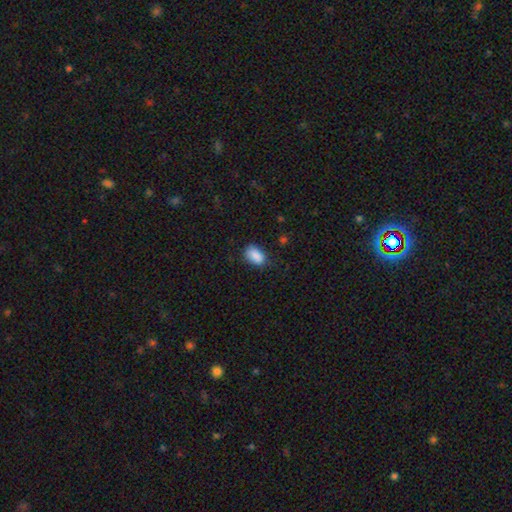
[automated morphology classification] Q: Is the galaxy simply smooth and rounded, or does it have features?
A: smooth — 89%.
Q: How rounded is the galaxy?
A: in between — 89%.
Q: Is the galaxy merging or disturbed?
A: none — 77%.